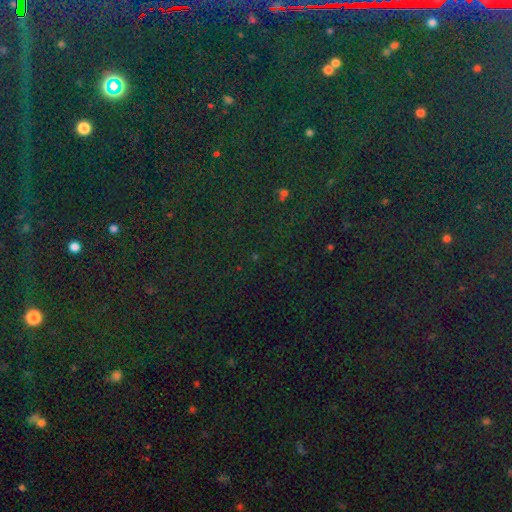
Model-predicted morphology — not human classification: type=star or artifact (82%).